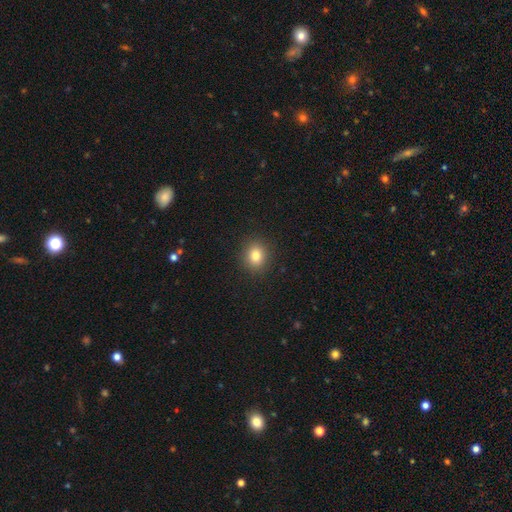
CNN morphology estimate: Smooth or featured? smooth (82%)
How rounded? round (72%)
Merging? none (91%)